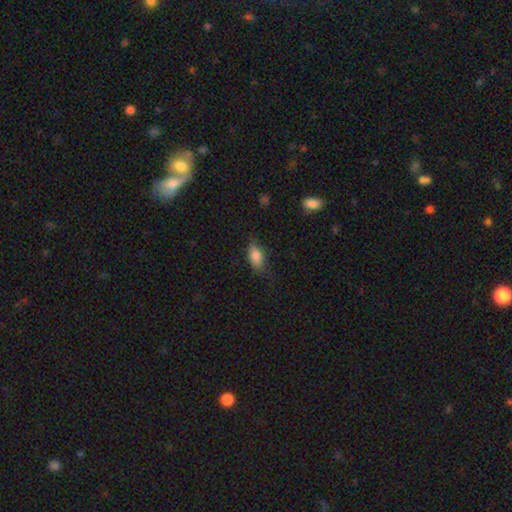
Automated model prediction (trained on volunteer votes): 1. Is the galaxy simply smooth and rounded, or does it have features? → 79% smooth, 13% featured or disk, 8% star or artifact.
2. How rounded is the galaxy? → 85% in between, 10% cigar-shaped, 5% round.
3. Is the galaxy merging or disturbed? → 62% none, 27% minor disturbance, 9% major disturbance, 1% merger.